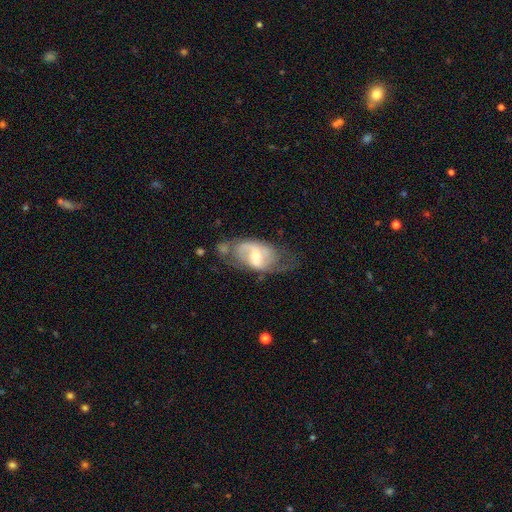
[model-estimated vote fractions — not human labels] smooth-or-featured: featured or disk: 69% | smooth: 25% | star or artifact: 6%
  disk-edge-on: no: 95% | yes: 5%
    bar: weak: 53% | strong: 26% | no: 20%
    has-spiral-arms: yes: 79% | no: 21%
      spiral-winding: medium: 45% | loose: 34% | tight: 21%
      spiral-arm-count: 2: 73% | can't tell: 16% | 1: 7% | 3: 2% | 4: 1% | more than 4: 1%
    bulge-size: moderate: 54% | small: 32% | large: 9% | none: 4% | dominant: 1%
  merging: none: 42% | minor disturbance: 26% | major disturbance: 24% | merger: 8%